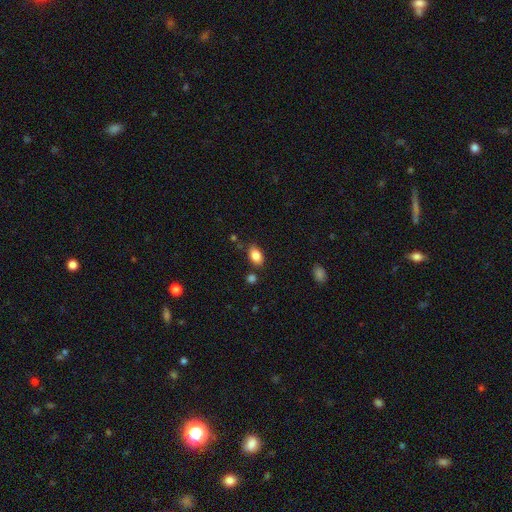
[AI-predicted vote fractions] smooth 86%, star or artifact 8%, featured or disk 6%. Down the decision tree: how rounded — in between (89%); merging — none (79%).